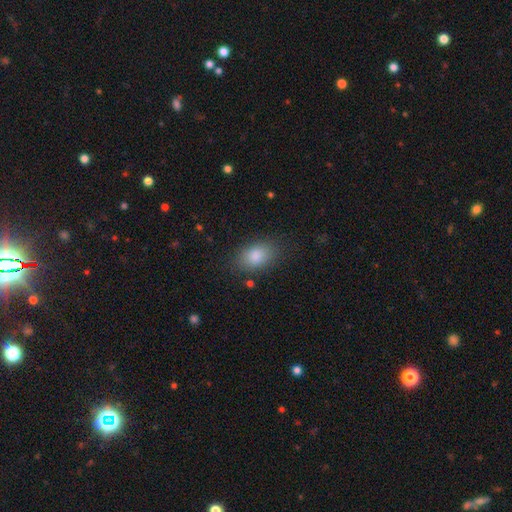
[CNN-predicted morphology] The model was most divided on "merging": none: 82%, minor disturbance: 13%, major disturbance: 4%, merger: 2%. More confident: how rounded — in between (85%); smooth or featured — smooth (84%).